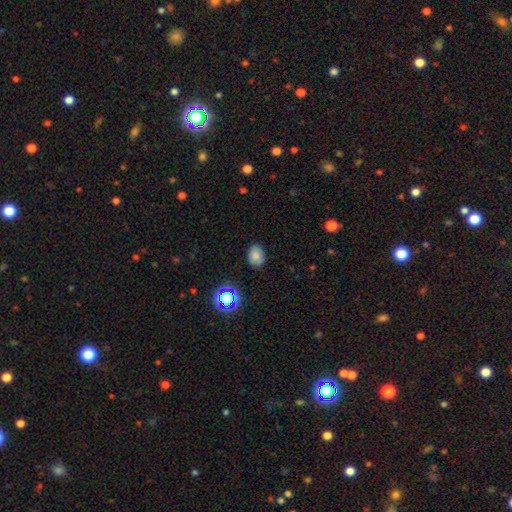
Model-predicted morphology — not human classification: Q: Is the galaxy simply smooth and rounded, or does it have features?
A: smooth — 78%.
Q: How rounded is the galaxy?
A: in between — 73%.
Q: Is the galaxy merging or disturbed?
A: none — 83%.